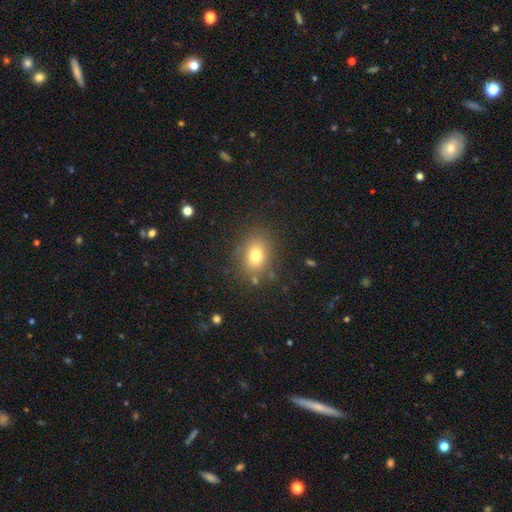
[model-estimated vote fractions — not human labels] Smooth or featured: smooth — 76% (star or artifact — 12%)
How rounded: in between — 61% (round — 38%)
Merging: none — 80% (minor disturbance — 13%)